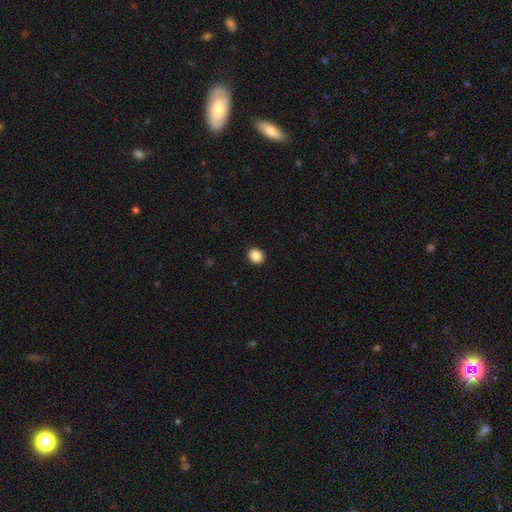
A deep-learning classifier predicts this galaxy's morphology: smooth_or_featured: smooth (p=0.88) [alt: star or artifact p=0.09]
how_rounded: round (p=0.67) [alt: in between p=0.33]
merging: none (p=0.93) [alt: minor disturbance p=0.05]